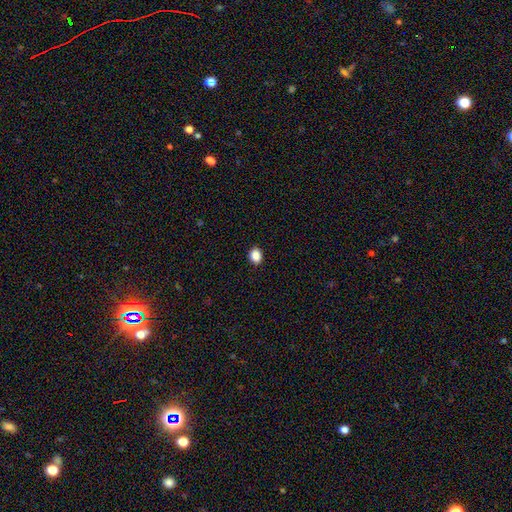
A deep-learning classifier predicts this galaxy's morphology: Q: Smooth or featured?
A: smooth (88%); runner-up: star or artifact (10%)
Q: How rounded?
A: round (53%); runner-up: in between (46%)
Q: Merging?
A: none (91%); runner-up: minor disturbance (6%)